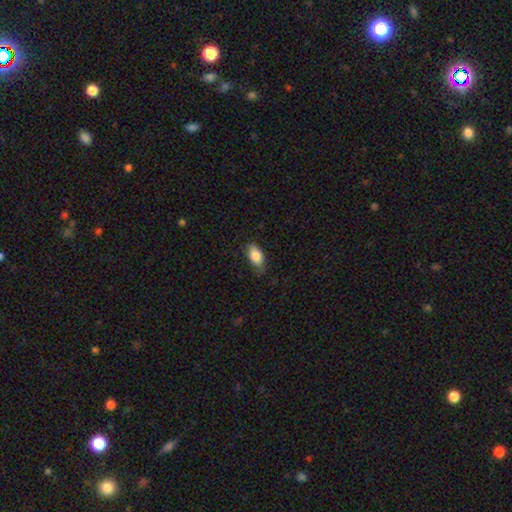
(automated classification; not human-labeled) Smooth or featured?
  - smooth: 84% *
  - featured or disk: 9%
  - star or artifact: 7%
How rounded?
  - in between: 90% *
  - cigar-shaped: 5%
  - round: 4%
Merging?
  - none: 74% *
  - minor disturbance: 21%
  - major disturbance: 4%
  - merger: 1%